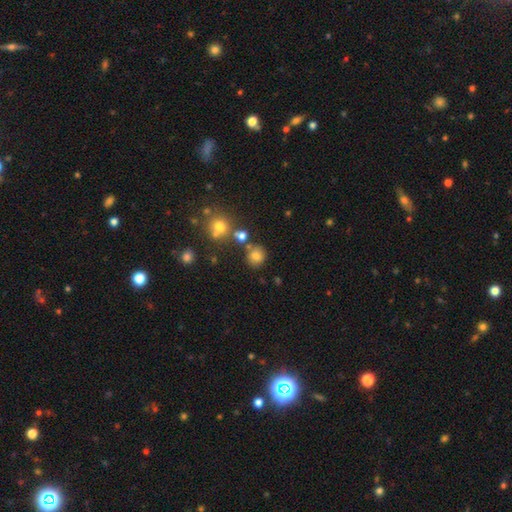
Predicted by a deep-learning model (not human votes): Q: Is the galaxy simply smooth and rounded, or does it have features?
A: smooth — 77%.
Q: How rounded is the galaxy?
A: round — 87%.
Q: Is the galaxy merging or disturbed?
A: none — 74%.